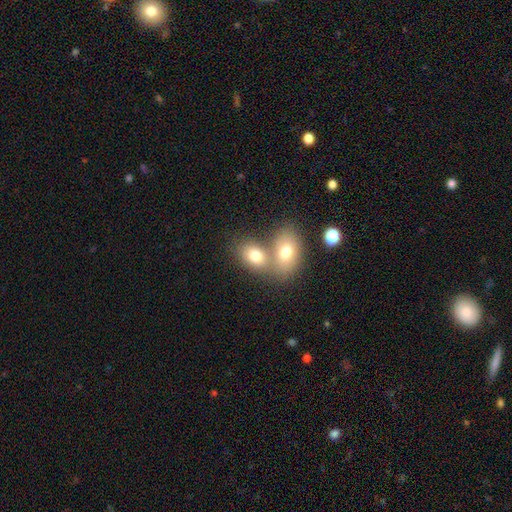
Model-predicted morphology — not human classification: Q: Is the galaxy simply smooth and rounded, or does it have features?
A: smooth — 74%.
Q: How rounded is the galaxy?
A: in between — 77%.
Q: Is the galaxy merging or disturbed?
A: merger — 55%.